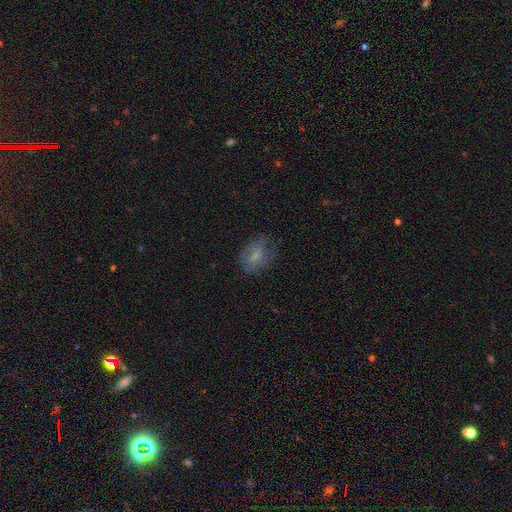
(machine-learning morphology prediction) A smooth galaxy with no disk features (58%) that is in between round and cigar-shaped (71%). Merging: none (59%).